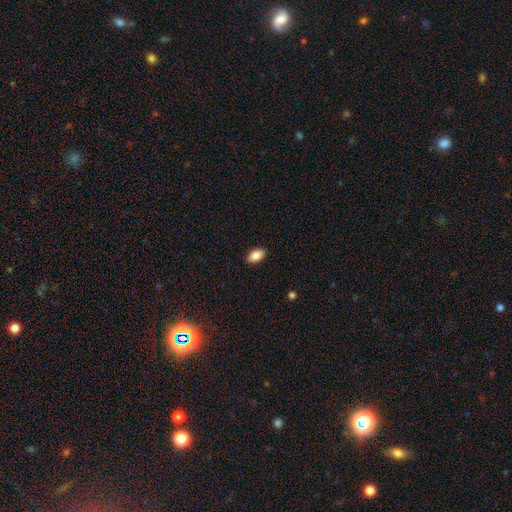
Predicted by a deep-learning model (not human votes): Morphology: type=smooth (85%); roundness=in between (92%); merging=none (89%).